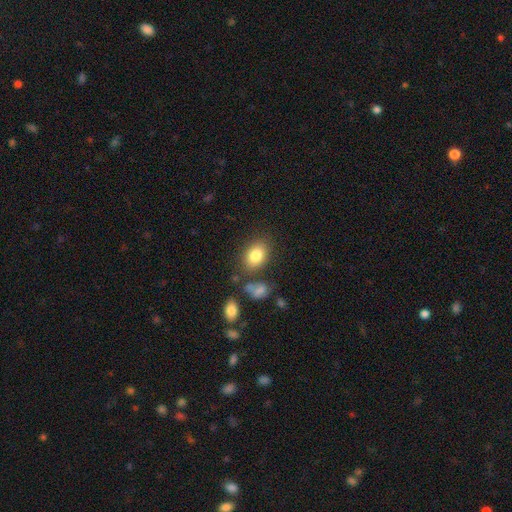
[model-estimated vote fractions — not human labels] Q: Smooth or featured?
A: smooth (82%); runner-up: featured or disk (9%)
Q: How rounded?
A: in between (79%); runner-up: round (20%)
Q: Merging?
A: none (75%); runner-up: minor disturbance (14%)